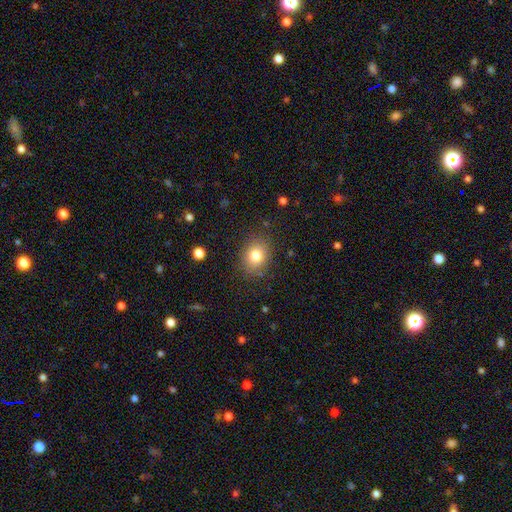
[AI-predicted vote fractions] Overall: smooth (80%). How rounded: in between (52%; round 48%). Merging: none (84%).